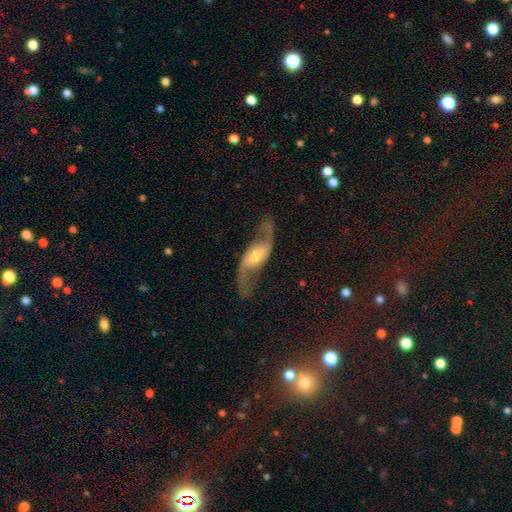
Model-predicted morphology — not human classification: Overall: featured or disk (88%). Edge-on disk: no (94%). Bar: weak (42%; no 35%). Spiral arms: yes (95%). Spiral arm count: 2 (94%). Spiral winding: loose (79%). Bulge size: small (47%; moderate 38%). Merging: none (76%).